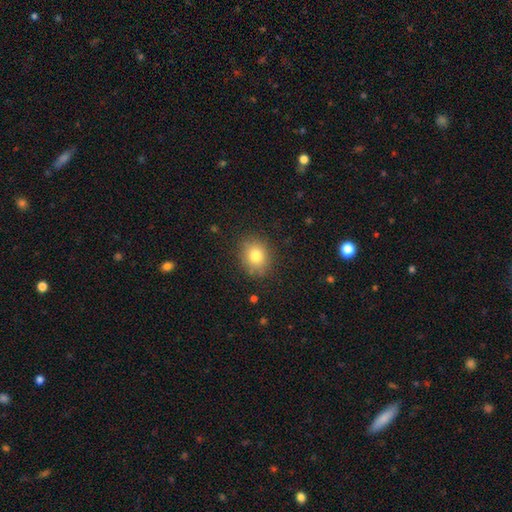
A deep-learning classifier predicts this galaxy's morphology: smooth-or-featured: smooth: 80% | star or artifact: 11% | featured or disk: 9%
  how-rounded: round: 65% | in between: 35% | cigar-shaped: 1%
  merging: none: 83% | minor disturbance: 12% | major disturbance: 3% | merger: 2%